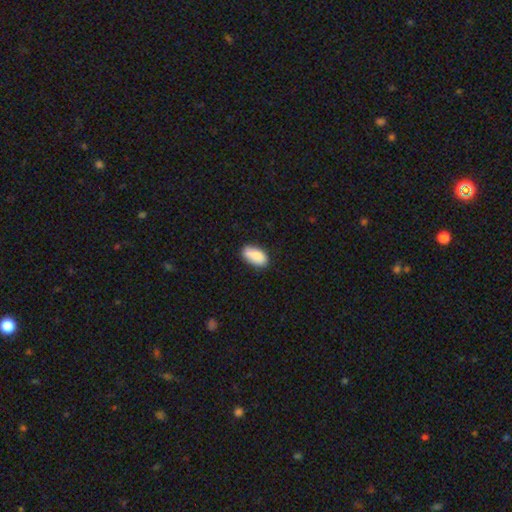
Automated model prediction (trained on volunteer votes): This appears to be a smooth galaxy with no disk features (86%) that is in between round and cigar-shaped (93%). Merging: none (76%).